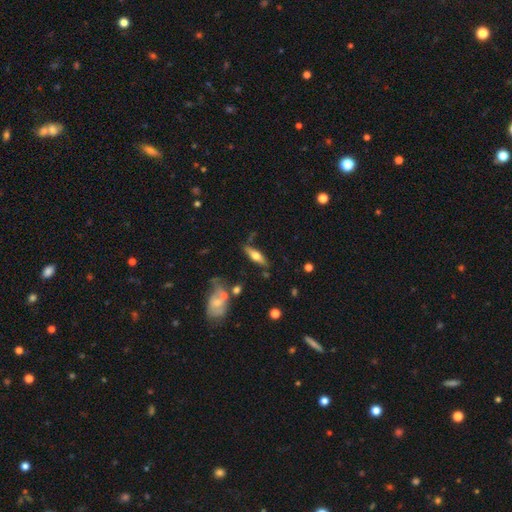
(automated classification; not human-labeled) smooth-or-featured: smooth: 47% | featured or disk: 46% | star or artifact: 7%
  merging: none: 75% | minor disturbance: 15% | merger: 5% | major disturbance: 5%